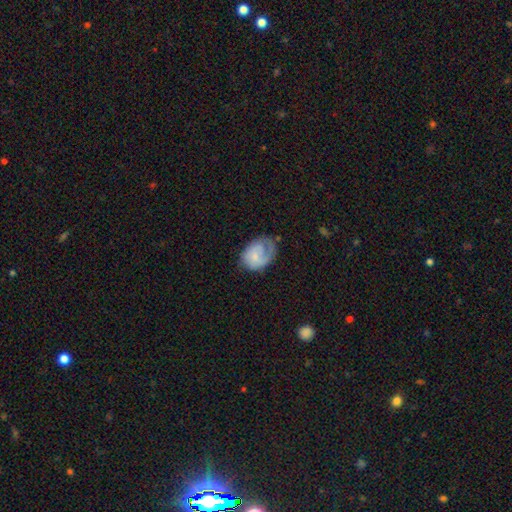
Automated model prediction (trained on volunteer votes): Q: Smooth or featured?
A: featured or disk (49%); runner-up: smooth (44%)
Q: Merging?
A: none (47%); runner-up: minor disturbance (29%)